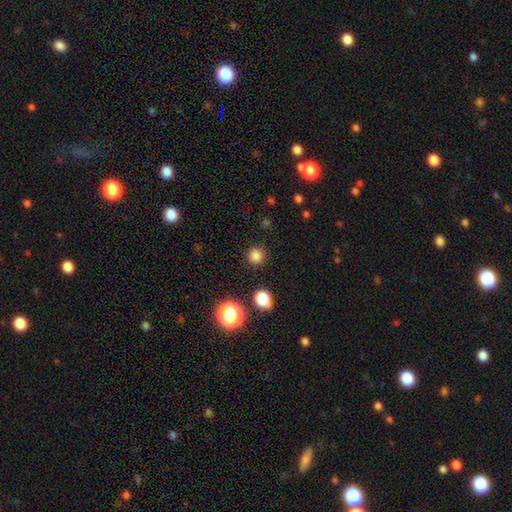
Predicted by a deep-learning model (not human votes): Q: Smooth or featured?
A: smooth (81%); runner-up: star or artifact (15%)
Q: How rounded?
A: round (93%); runner-up: in between (6%)
Q: Merging?
A: none (88%); runner-up: minor disturbance (7%)